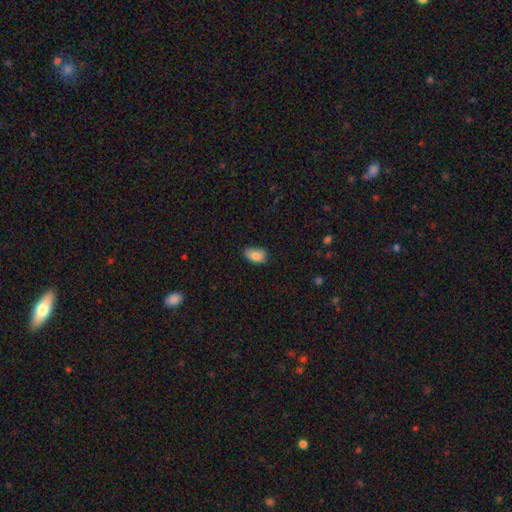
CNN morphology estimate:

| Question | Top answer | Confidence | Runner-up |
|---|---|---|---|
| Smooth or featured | smooth | 85% | star or artifact (8%) |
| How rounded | in between | 90% | round (9%) |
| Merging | none | 78% | minor disturbance (18%) |